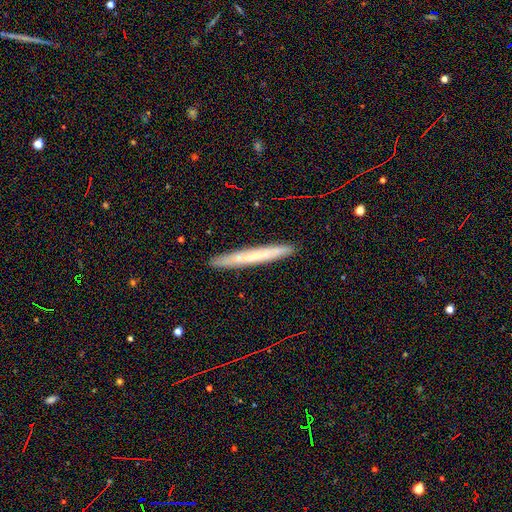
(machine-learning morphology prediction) Overall: smooth (46%; featured or disk 45%). Merging: none (90%).